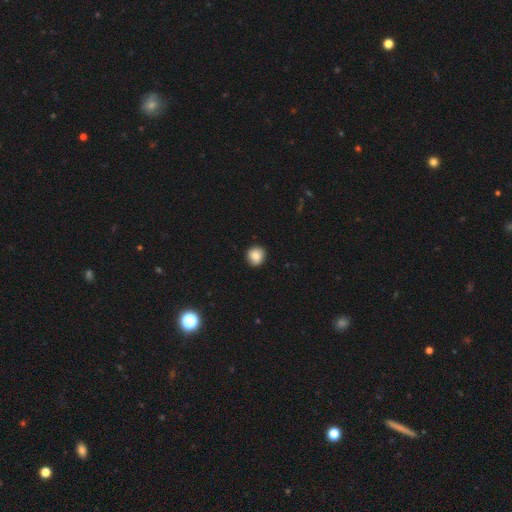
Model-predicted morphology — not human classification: smooth 86%, star or artifact 9%, featured or disk 5%. Down the decision tree: how rounded — round (90%); merging — none (90%).